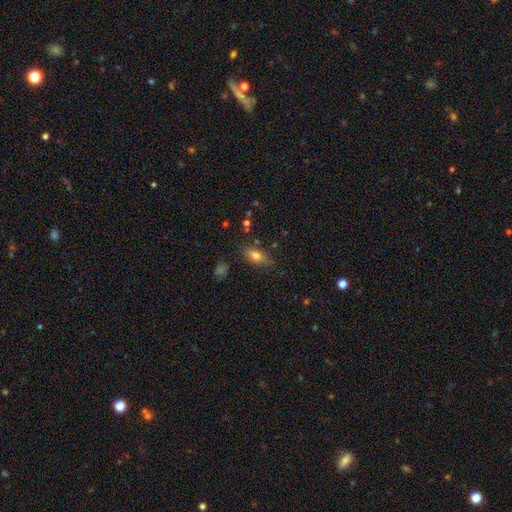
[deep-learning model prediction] This appears to be a smooth galaxy with no disk features (73%) that is in between round and cigar-shaped (78%). Merging: none (77%).